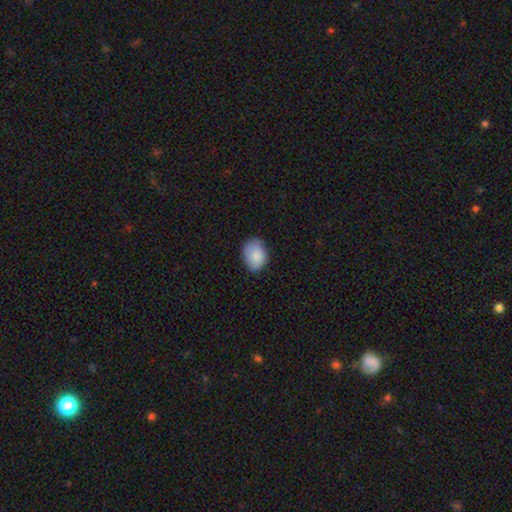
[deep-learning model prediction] A smooth galaxy with no disk features (86%) that is in between round and cigar-shaped (72%).

Vote fractions:
- Smooth or featured? smooth: 86% / featured or disk: 7% / star or artifact: 7%
- How rounded? in between: 72% / round: 27% / cigar-shaped: 1%
- Merging? none: 74% / minor disturbance: 21% / major disturbance: 4% / merger: 1%